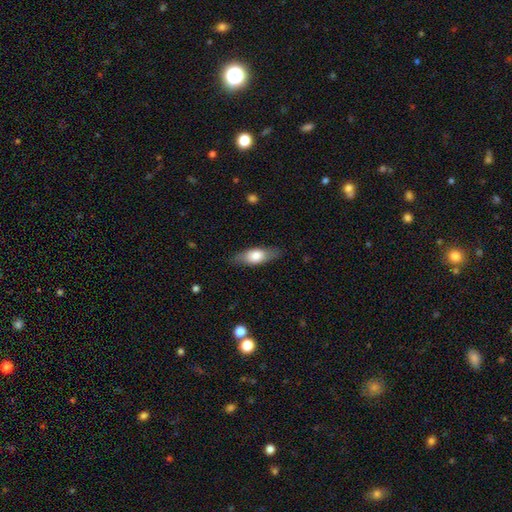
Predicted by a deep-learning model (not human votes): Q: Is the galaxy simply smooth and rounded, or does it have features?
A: smooth — 63%.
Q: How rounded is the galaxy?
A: in between — 68%.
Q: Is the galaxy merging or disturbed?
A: none — 83%.